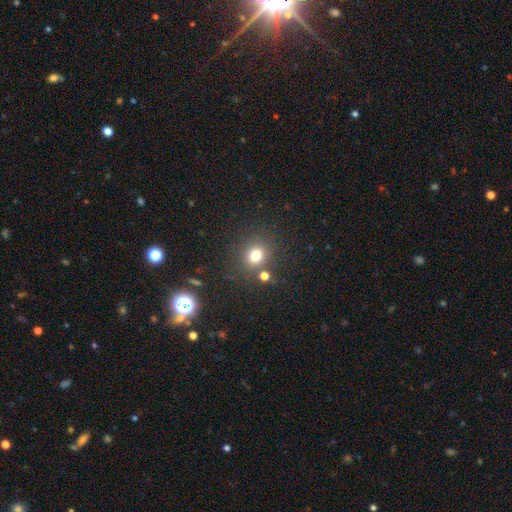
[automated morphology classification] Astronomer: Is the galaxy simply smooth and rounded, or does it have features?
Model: smooth — 76%.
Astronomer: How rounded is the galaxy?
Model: round — 80%.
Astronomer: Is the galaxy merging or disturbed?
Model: none — 77%.